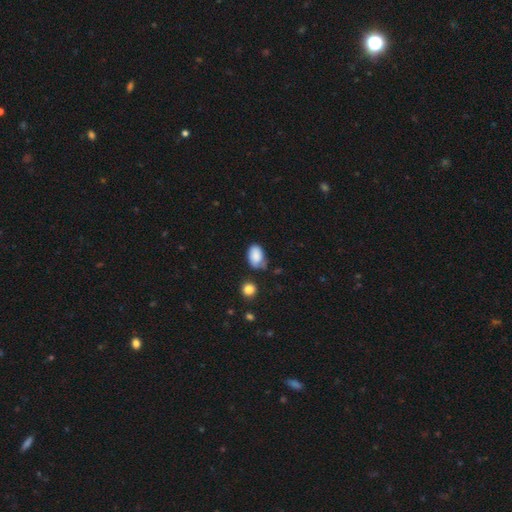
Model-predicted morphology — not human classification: A smooth galaxy with no disk features (85%) that is in between round and cigar-shaped (88%).

Vote fractions:
- Smooth or featured? smooth: 85% / star or artifact: 8% / featured or disk: 7%
- How rounded? in between: 88% / round: 11% / cigar-shaped: 1%
- Merging? none: 54% / minor disturbance: 32% / major disturbance: 8% / merger: 6%